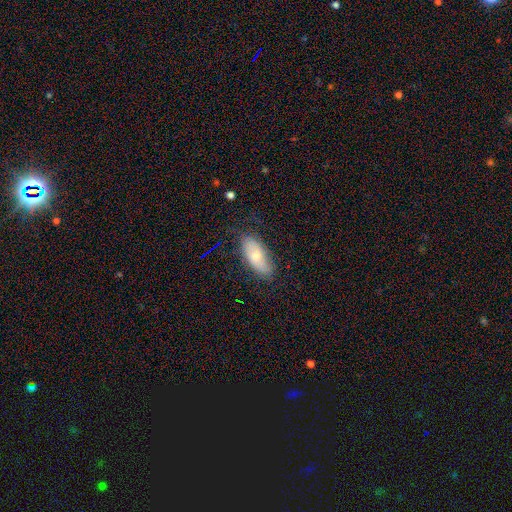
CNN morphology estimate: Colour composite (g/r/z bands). It shows a smooth galaxy with no disk features (66%) that is in between round and cigar-shaped (85%). Merging: none (73%).